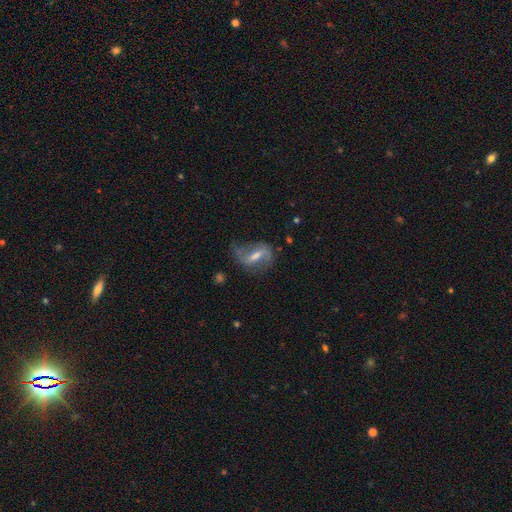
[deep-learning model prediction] smooth_or_featured: featured or disk (p=0.74) [alt: smooth p=0.18]
disk_edge_on: no (p=0.92) [alt: yes p=0.08]
bar: weak (p=0.44) [alt: strong p=0.42]
has_spiral_arms: yes (p=0.85) [alt: no p=0.15]
spiral_winding: loose (p=0.62) [alt: medium p=0.29]
spiral_arm_count: 2 (p=0.83) [alt: can't tell p=0.07]
bulge_size: moderate (p=0.49) [alt: small p=0.34]
merging: none (p=0.57) [alt: minor disturbance p=0.24]